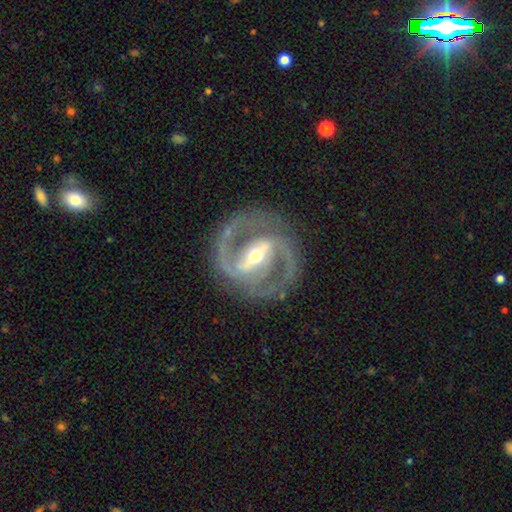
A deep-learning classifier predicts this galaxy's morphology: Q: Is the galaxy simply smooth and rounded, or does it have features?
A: featured or disk — 92%.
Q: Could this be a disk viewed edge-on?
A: no — 96%.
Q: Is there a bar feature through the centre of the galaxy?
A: strong — 69%.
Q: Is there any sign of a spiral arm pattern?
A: yes — 97%.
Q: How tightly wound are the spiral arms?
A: medium — 58%.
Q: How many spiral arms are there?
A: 2 — 91%.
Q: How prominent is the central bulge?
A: moderate — 54%.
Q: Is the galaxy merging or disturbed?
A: none — 83%.